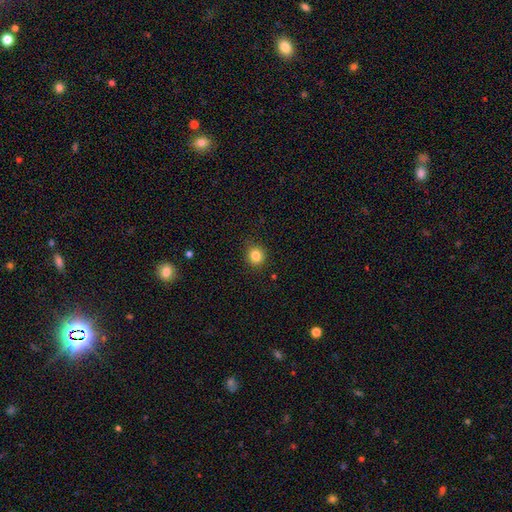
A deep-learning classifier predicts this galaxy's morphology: Smooth or featured? smooth (84%)
How rounded? round (88%)
Merging? none (90%)